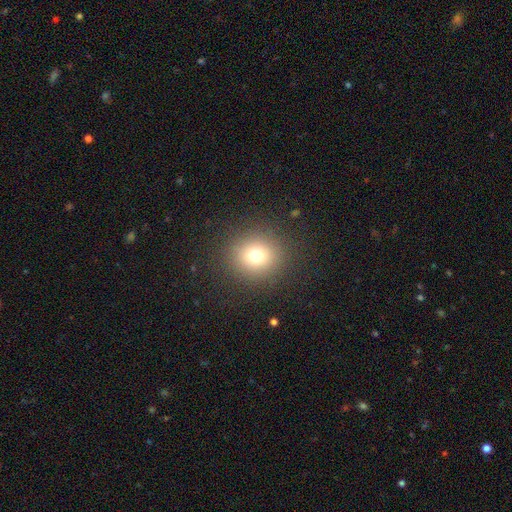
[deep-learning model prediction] Morphology: type=smooth (73%); roundness=round (88%); merging=none (89%).